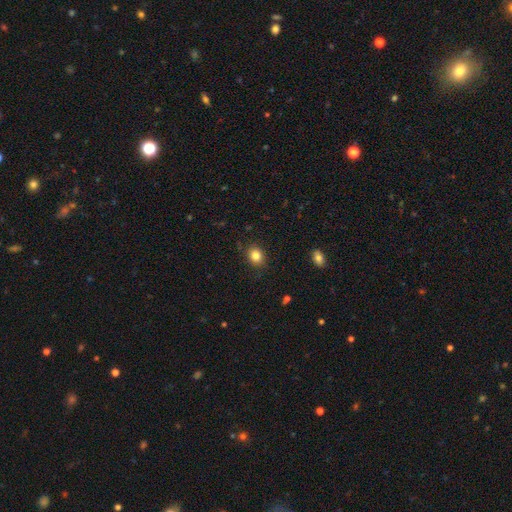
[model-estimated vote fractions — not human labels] Smooth or featured?
  - smooth: 84% *
  - star or artifact: 11%
  - featured or disk: 6%
How rounded?
  - round: 59% *
  - in between: 40%
  - cigar-shaped: 1%
Merging?
  - none: 87% *
  - minor disturbance: 10%
  - major disturbance: 3%
  - merger: 1%